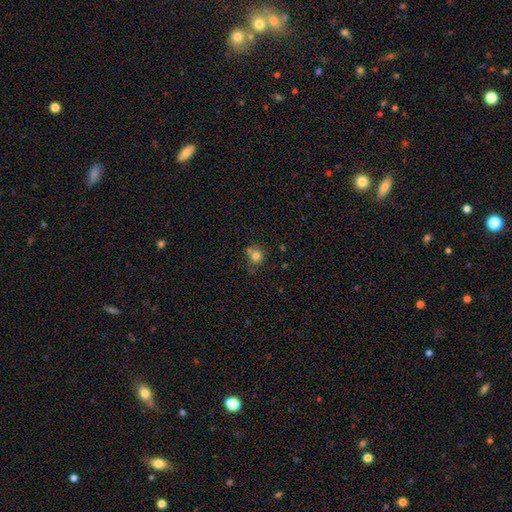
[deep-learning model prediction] smooth_or_featured: smooth (p=0.77) [alt: star or artifact p=0.12]
how_rounded: round (p=0.80) [alt: in between p=0.19]
merging: none (p=0.52) [alt: merger p=0.23]